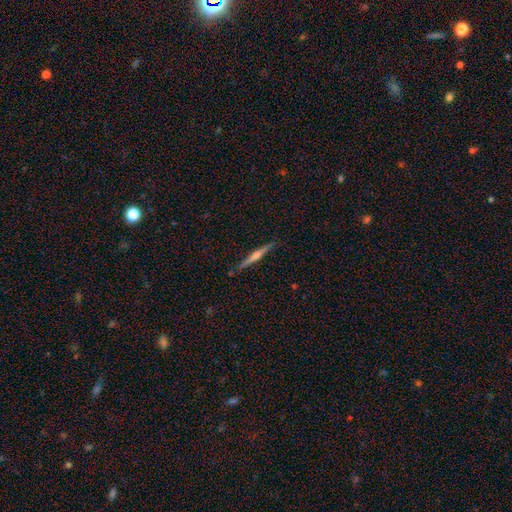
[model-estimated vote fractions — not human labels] Smooth or featured: featured or disk — 74% (smooth — 20%)
Edge-on disk: yes — 98% (no — 2%)
Edge-on bulge: rounded — 74% (none — 15%)
Merging: none — 90% (minor disturbance — 7%)